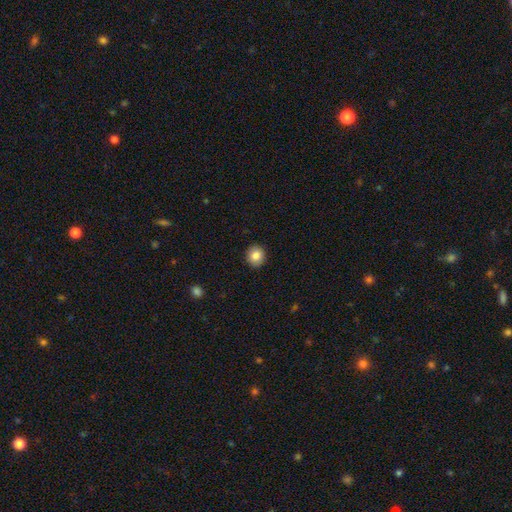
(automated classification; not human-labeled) Morphology: type=smooth (85%); roundness=round (84%); merging=none (92%).